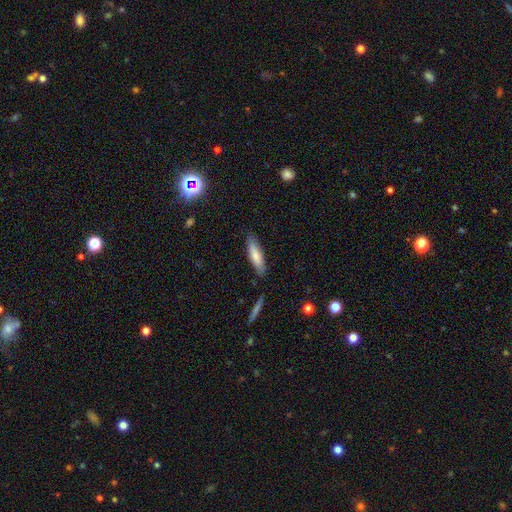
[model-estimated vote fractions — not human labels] smooth_or_featured: smooth (p=0.78) [alt: featured or disk p=0.17]
how_rounded: cigar-shaped (p=0.66) [alt: in between p=0.33]
merging: none (p=0.82) [alt: minor disturbance p=0.13]